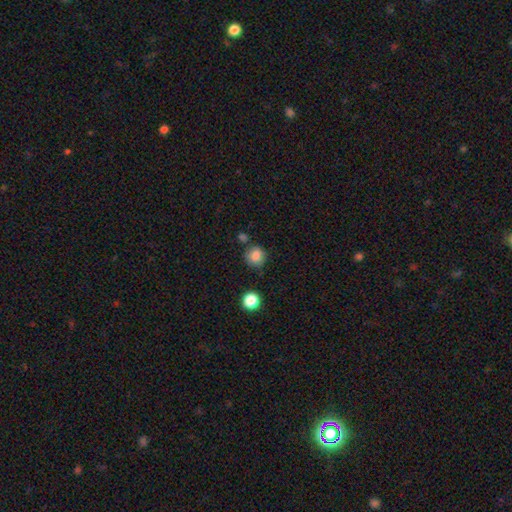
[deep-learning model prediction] smooth_or_featured: smooth (p=0.83) [alt: star or artifact p=0.10]
how_rounded: round (p=0.88) [alt: in between p=0.11]
merging: none (p=0.77) [alt: minor disturbance p=0.14]